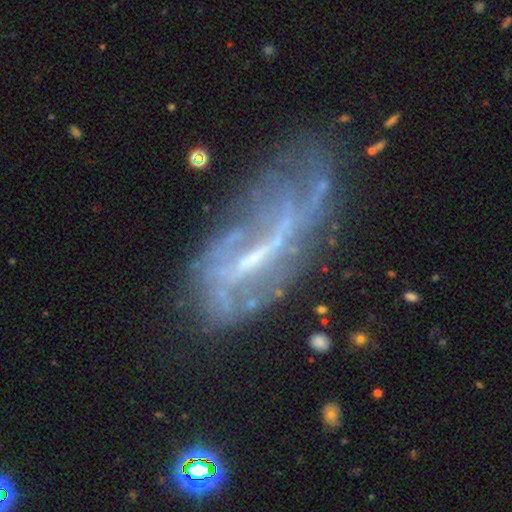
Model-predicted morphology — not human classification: This appears to be a featured or disk galaxy (76%) with a strong bar (45%), spiral arms (64%) and a small central bulge (43%). Merging: none (47%).